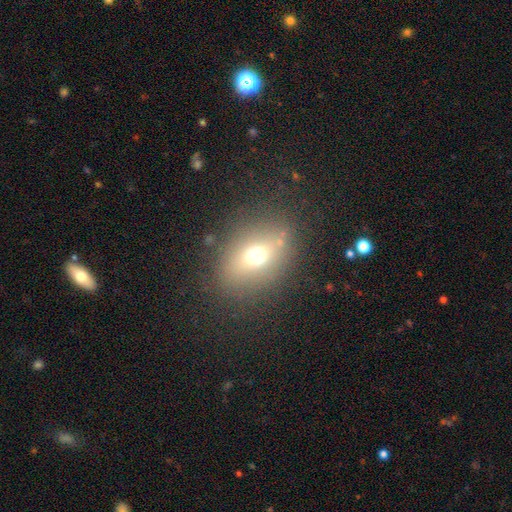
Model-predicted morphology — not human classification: type=smooth (64%); roundness=in between (59%); merging=none (80%).